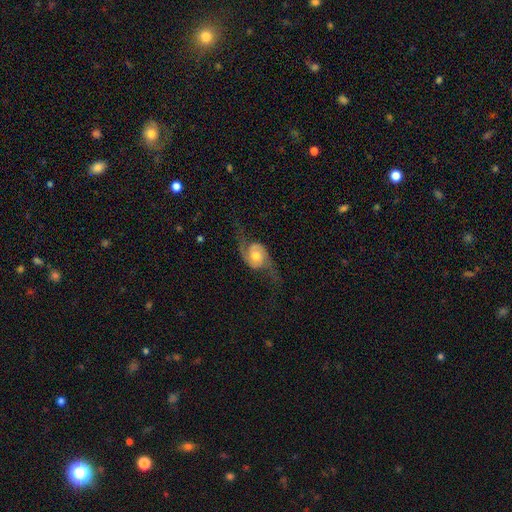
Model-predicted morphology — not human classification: Smooth or featured: featured or disk — 85% (smooth — 9%)
Edge-on disk: no — 96% (yes — 4%)
Bar: no — 69% (weak — 24%)
Spiral arms: yes — 96% (no — 4%)
Spiral winding: loose — 63% (medium — 29%)
Spiral arm count: 2 — 93% (can't tell — 2%)
Bulge size: moderate — 68% (small — 15%)
Merging: none — 65% (minor disturbance — 17%)